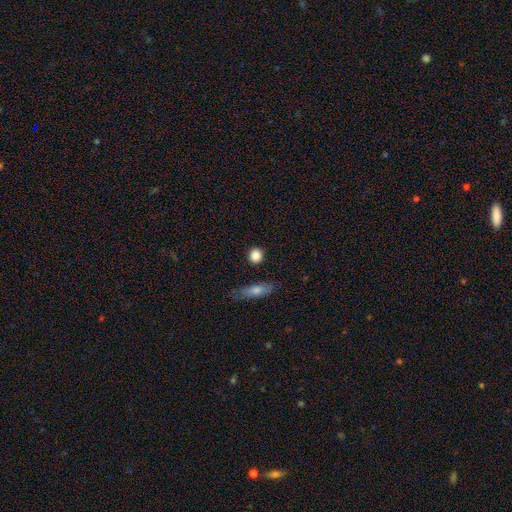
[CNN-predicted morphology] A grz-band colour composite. It shows a smooth galaxy with no disk features (86%) that is round (85%). Merging: none (88%).